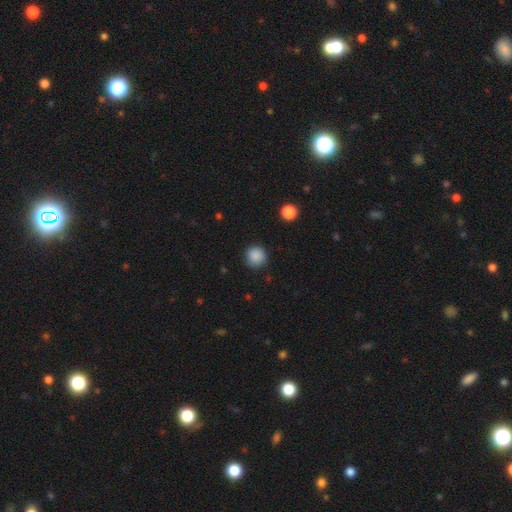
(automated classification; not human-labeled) Overall: smooth (87%). How rounded: round (95%). Merging: none (89%).